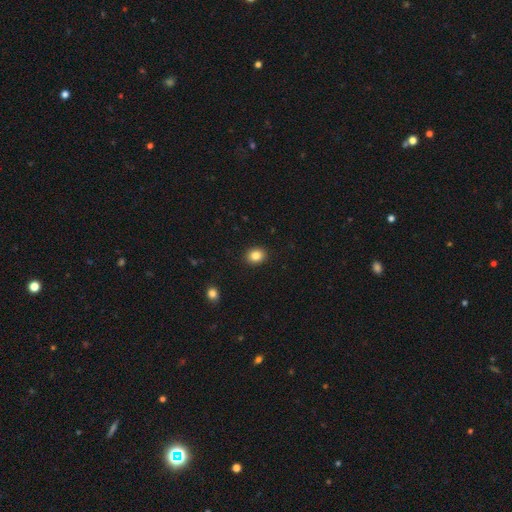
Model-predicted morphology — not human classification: smooth 85%, star or artifact 10%, featured or disk 5%. Down the decision tree: how rounded — round (59%); merging — none (91%).